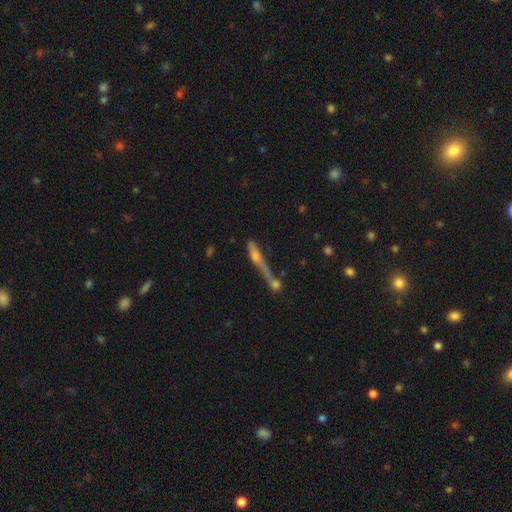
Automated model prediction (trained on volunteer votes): This is possibly a featured or disk galaxy (47%). Merging: marginally none (34%, tied with merger).